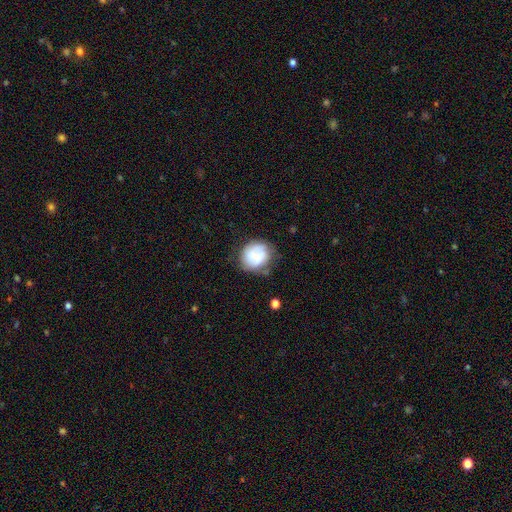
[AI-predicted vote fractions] smooth-or-featured: smooth: 64% | featured or disk: 28% | star or artifact: 9%
  how-rounded: round: 77% | in between: 22% | cigar-shaped: 1%
  merging: none: 60% | minor disturbance: 26% | major disturbance: 10% | merger: 4%